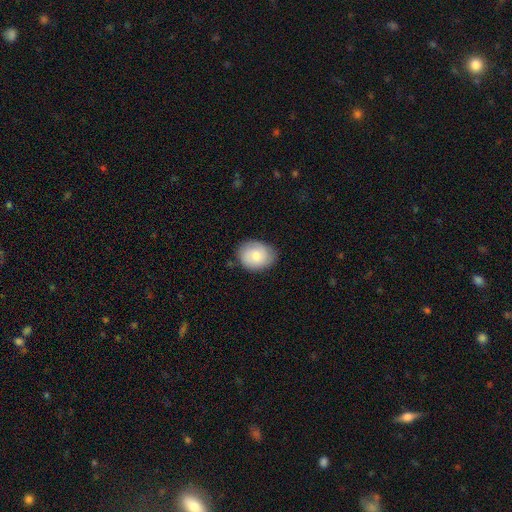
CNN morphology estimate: smooth_or_featured: smooth (p=0.77) [alt: featured or disk p=0.16]
how_rounded: in between (p=0.53) [alt: round p=0.47]
merging: none (p=0.80) [alt: minor disturbance p=0.16]